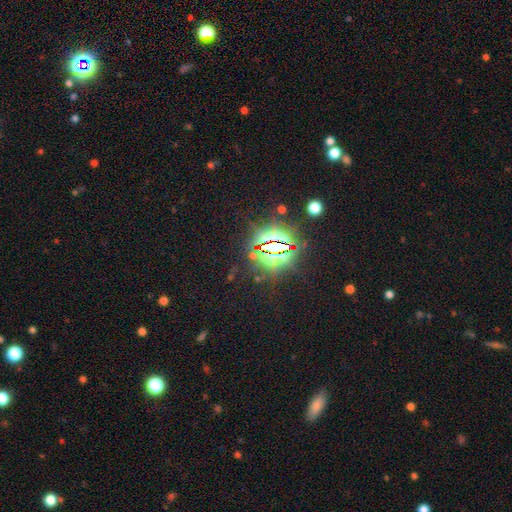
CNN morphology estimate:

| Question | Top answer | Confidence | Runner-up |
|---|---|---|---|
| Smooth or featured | star or artifact | 84% | smooth (9%) |